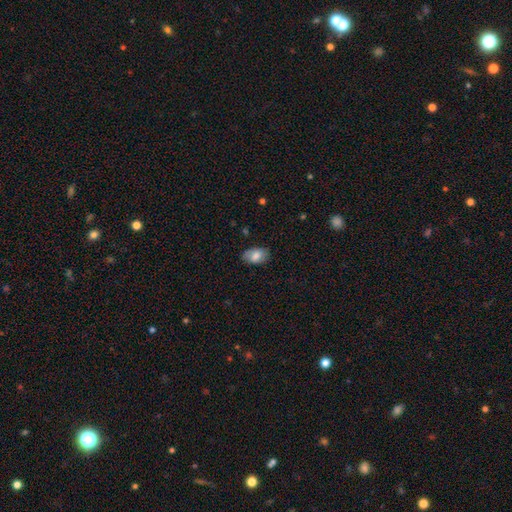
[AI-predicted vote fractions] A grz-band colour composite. It shows a smooth galaxy with no disk features (79%) that is in between round and cigar-shaped (92%). Merging: none (79%).